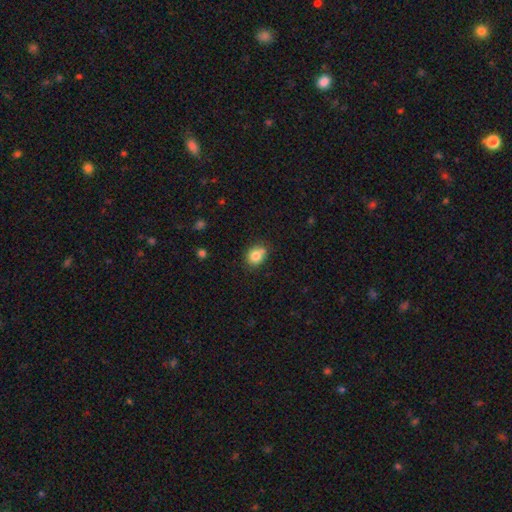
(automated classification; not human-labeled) Q: Smooth or featured?
A: smooth (81%); runner-up: star or artifact (10%)
Q: How rounded?
A: round (63%); runner-up: in between (36%)
Q: Merging?
A: none (66%); runner-up: minor disturbance (17%)